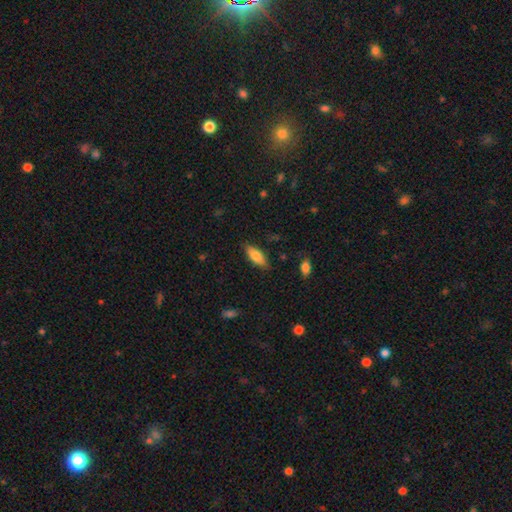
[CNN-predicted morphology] A smooth galaxy with no disk features (77%) that is in between round and cigar-shaped (70%).

Vote fractions:
- Smooth or featured? smooth: 77% / featured or disk: 17% / star or artifact: 7%
- How rounded? in between: 70% / cigar-shaped: 28% / round: 2%
- Merging? none: 83% / minor disturbance: 13% / major disturbance: 3% / merger: 1%